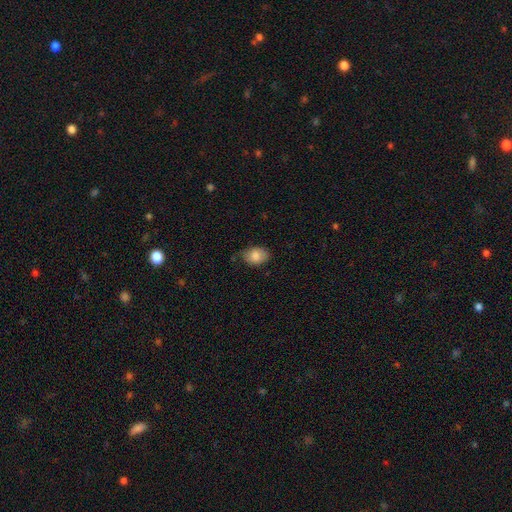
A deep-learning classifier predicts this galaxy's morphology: Q: Smooth or featured?
A: smooth (85%); runner-up: featured or disk (8%)
Q: How rounded?
A: in between (80%); runner-up: round (19%)
Q: Merging?
A: none (68%); runner-up: minor disturbance (26%)